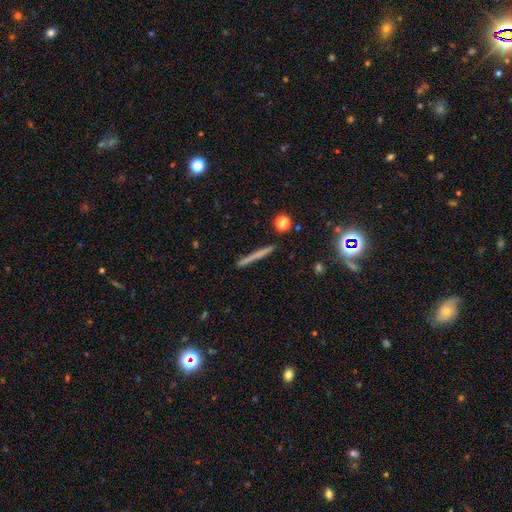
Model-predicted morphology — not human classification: Smooth or featured: smooth — 50% (featured or disk — 37%)
How rounded: cigar-shaped — 94% (round — 3%)
Merging: none — 89% (minor disturbance — 7%)